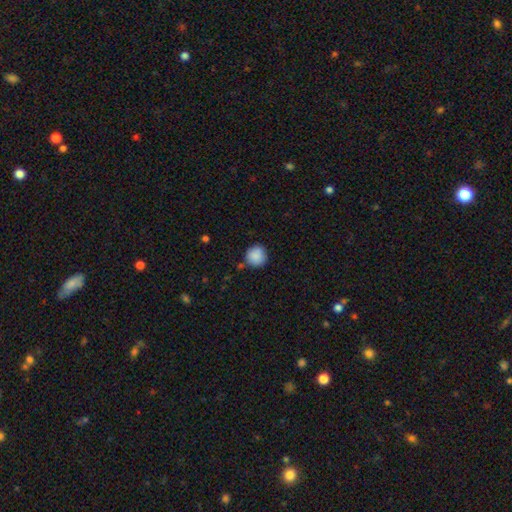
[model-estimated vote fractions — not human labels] A smooth galaxy with no disk features (88%) that is round (94%). Merging: none (84%).